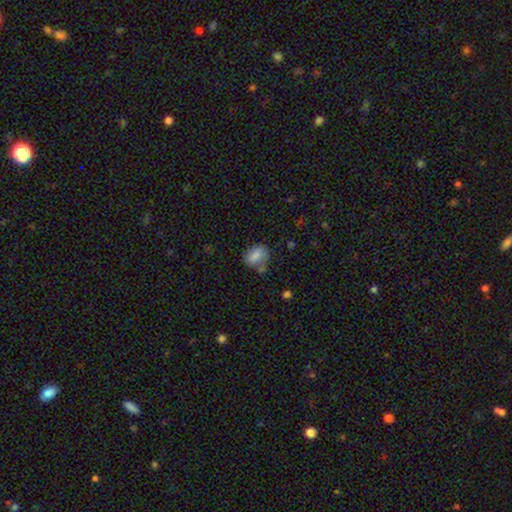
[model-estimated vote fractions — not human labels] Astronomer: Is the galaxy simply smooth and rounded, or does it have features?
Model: smooth — 81%.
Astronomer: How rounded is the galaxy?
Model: in between — 70%.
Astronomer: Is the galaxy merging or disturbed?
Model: none — 57%.